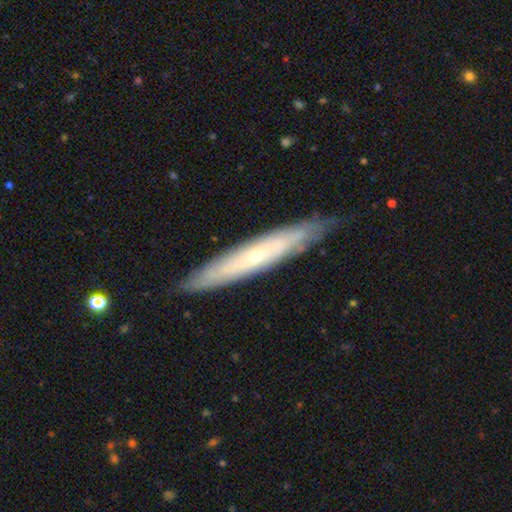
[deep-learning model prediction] Overall: featured or disk (62%; smooth 32%). Edge-on disk: yes (70%; no 30%). Merging: none (85%).